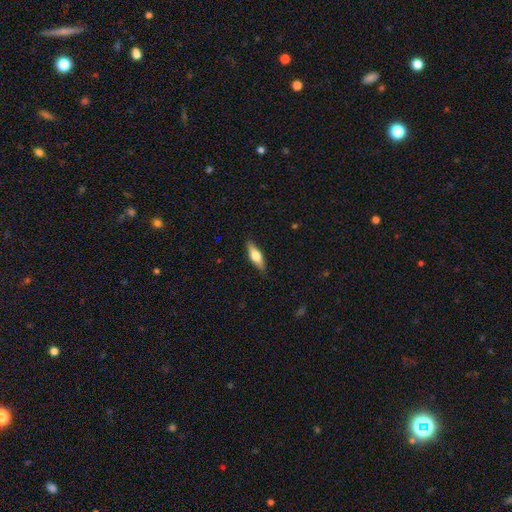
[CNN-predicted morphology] This appears to be a smooth galaxy with no disk features (54%) that is cigar-shaped (50%). Merging: none (87%).